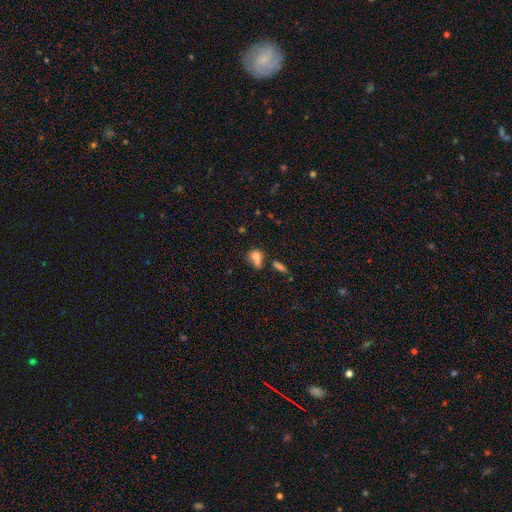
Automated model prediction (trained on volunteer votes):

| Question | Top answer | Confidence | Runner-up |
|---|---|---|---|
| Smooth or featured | smooth | 71% | featured or disk (17%) |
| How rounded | round | 65% | in between (32%) |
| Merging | merger | 46% | none (36%) |